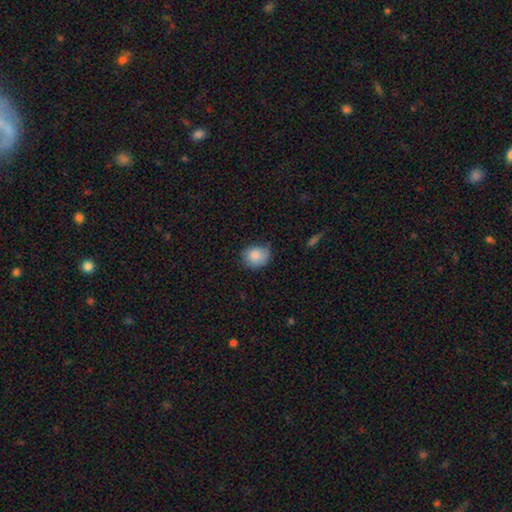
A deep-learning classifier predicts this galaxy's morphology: Q: Smooth or featured?
A: smooth (85%); runner-up: star or artifact (8%)
Q: How rounded?
A: round (65%); runner-up: in between (34%)
Q: Merging?
A: none (62%); runner-up: minor disturbance (31%)